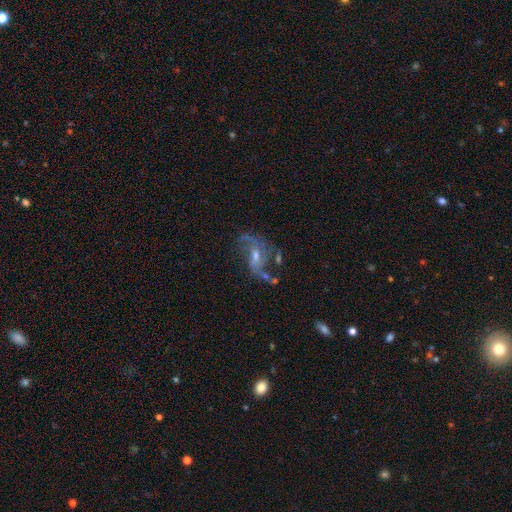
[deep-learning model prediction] A featured or disk galaxy (81%) with a weak bar (46%), 2 (70%) loose (65%) spiral arms (90%) and a moderate central bulge (49%). Merging: none (52%).